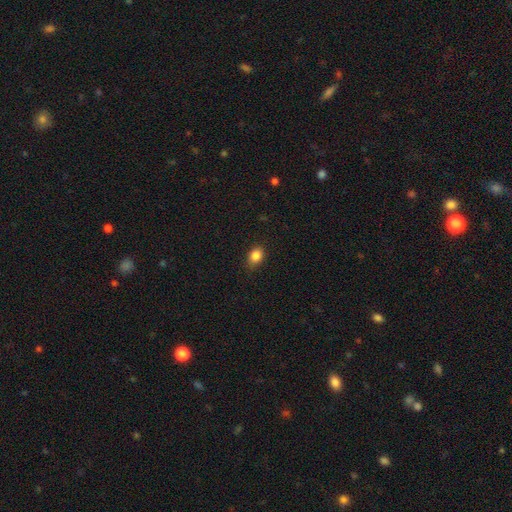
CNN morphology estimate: smooth_or_featured: smooth (p=0.85) [alt: star or artifact p=0.10]
how_rounded: in between (p=0.65) [alt: round p=0.34]
merging: none (p=0.81) [alt: minor disturbance p=0.15]